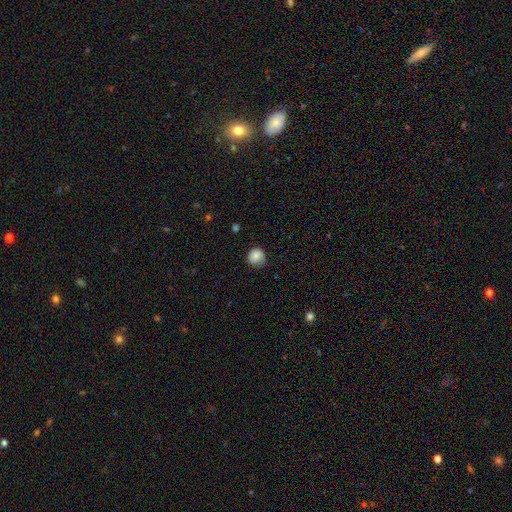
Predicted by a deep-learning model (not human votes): A smooth galaxy with no disk features (83%) that is round (90%).

Vote fractions:
- Smooth or featured? smooth: 83% / star or artifact: 8% / featured or disk: 8%
- How rounded? round: 90% / in between: 9% / cigar-shaped: 1%
- Merging? none: 74% / minor disturbance: 21% / major disturbance: 4% / merger: 1%